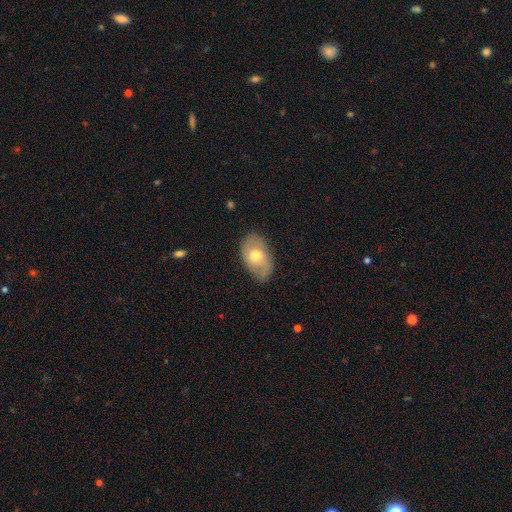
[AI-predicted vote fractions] smooth 58%, featured or disk 36%, star or artifact 6%. Down the decision tree: how rounded — in between (89%); merging — none (71%).